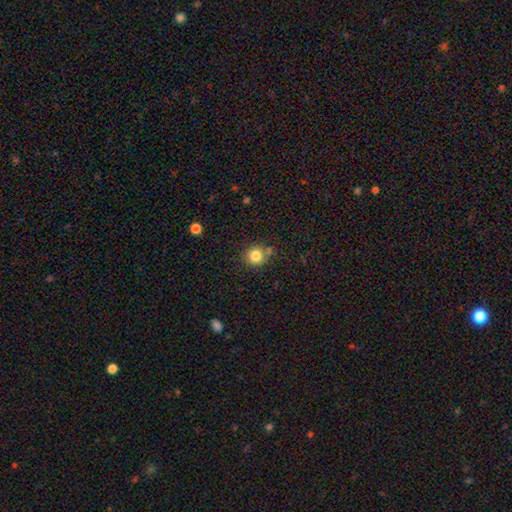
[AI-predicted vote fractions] Smooth or featured? smooth (82%)
How rounded? round (91%)
Merging? none (75%)